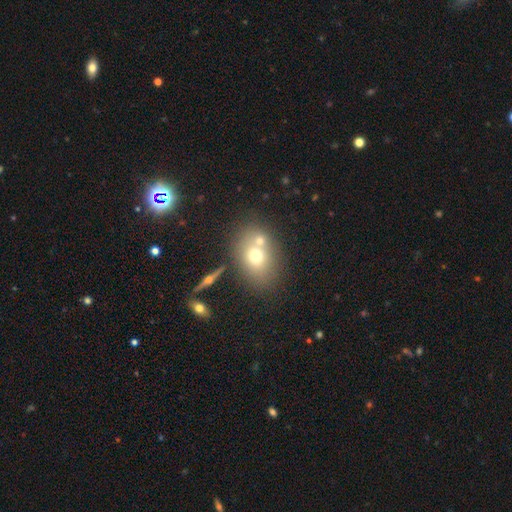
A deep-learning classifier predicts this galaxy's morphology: The model was most divided on "merging": none: 54%, merger: 32%, minor disturbance: 11%, major disturbance: 4%. More confident: smooth or featured — smooth (64%); how rounded — in between (63%).